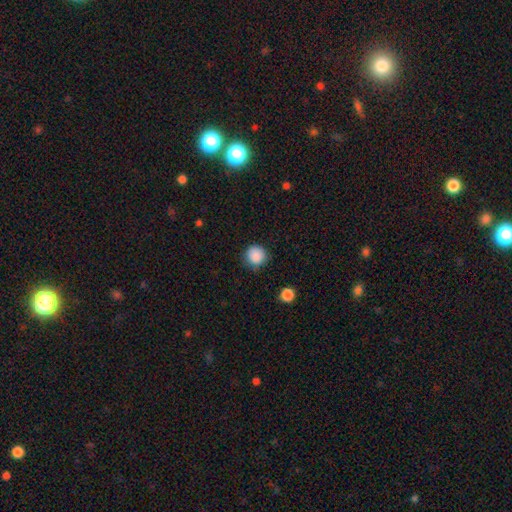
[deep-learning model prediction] This appears to be a smooth galaxy with no disk features (87%) that is round (94%). Merging: none (85%).